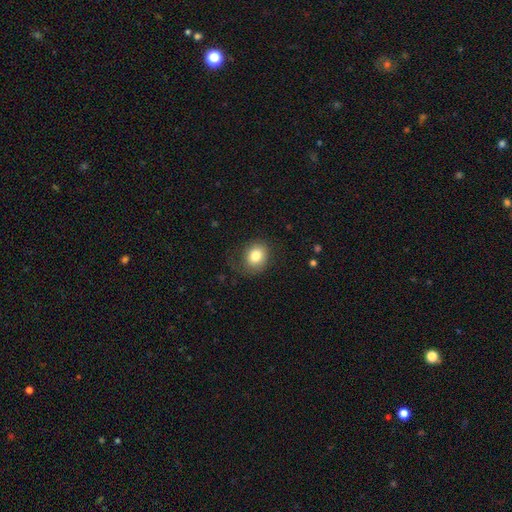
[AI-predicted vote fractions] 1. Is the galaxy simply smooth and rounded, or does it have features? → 81% smooth, 10% featured or disk, 9% star or artifact.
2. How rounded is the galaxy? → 61% round, 39% in between, 1% cigar-shaped.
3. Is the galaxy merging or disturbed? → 70% none, 19% minor disturbance, 11% major disturbance, 1% merger.